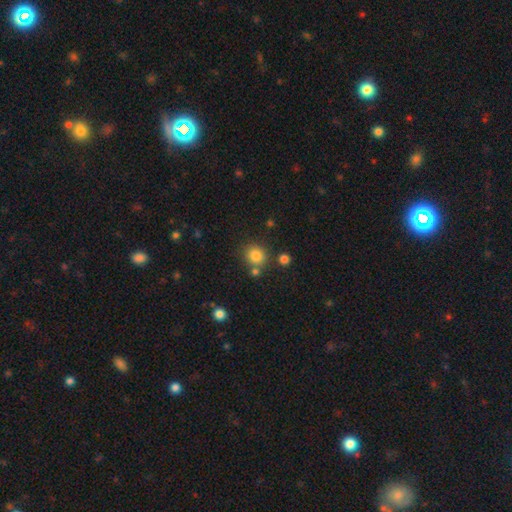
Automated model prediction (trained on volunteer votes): Smooth or featured?
  - smooth: 83% *
  - star or artifact: 12%
  - featured or disk: 6%
How rounded?
  - round: 87% *
  - in between: 12%
  - cigar-shaped: 1%
Merging?
  - none: 76% *
  - merger: 11%
  - minor disturbance: 9%
  - major disturbance: 3%